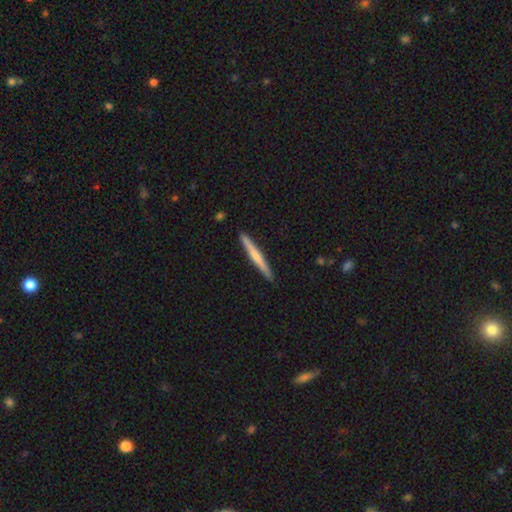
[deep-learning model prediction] Smooth or featured?
  - smooth: 50% *
  - featured or disk: 45%
  - star or artifact: 5%
Merging?
  - none: 92% *
  - minor disturbance: 6%
  - major disturbance: 1%
  - merger: 1%